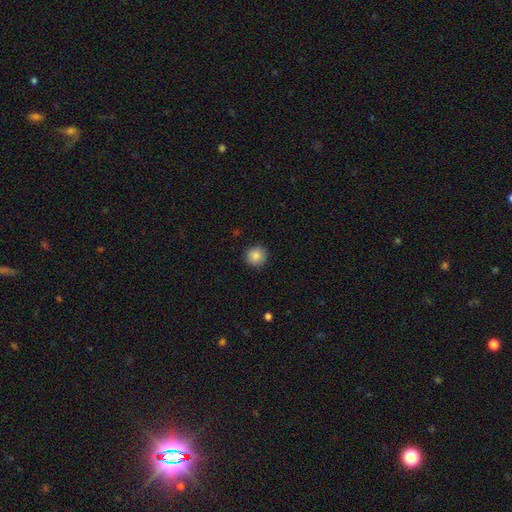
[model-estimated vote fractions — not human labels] Smooth or featured: smooth — 87% (star or artifact — 9%)
How rounded: round — 94% (in between — 5%)
Merging: none — 90% (minor disturbance — 7%)